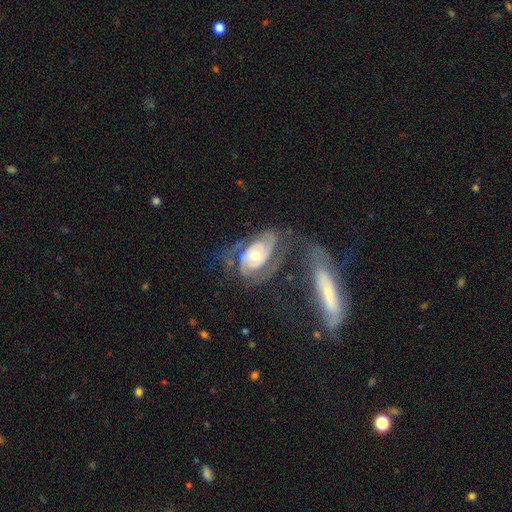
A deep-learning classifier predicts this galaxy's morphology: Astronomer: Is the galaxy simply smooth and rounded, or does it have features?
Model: featured or disk — 87%.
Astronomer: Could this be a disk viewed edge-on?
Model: no — 96%.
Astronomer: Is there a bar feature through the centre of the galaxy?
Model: no — 71%.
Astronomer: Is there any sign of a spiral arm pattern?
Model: yes — 95%.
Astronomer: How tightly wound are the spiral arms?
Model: tight — 60%.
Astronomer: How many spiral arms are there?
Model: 2 — 64%.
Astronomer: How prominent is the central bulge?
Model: moderate — 59% (runner-up: small, 34%).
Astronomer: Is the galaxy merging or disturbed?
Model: none — 44% (runner-up: major disturbance, 23%).